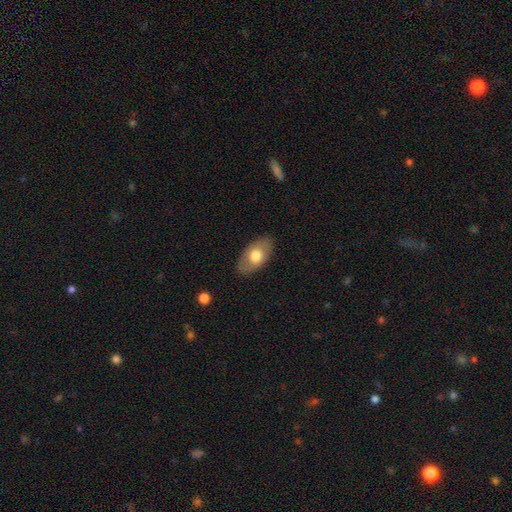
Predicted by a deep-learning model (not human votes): Overall: smooth (64%; featured or disk 30%). How rounded: in between (92%). Merging: none (85%).